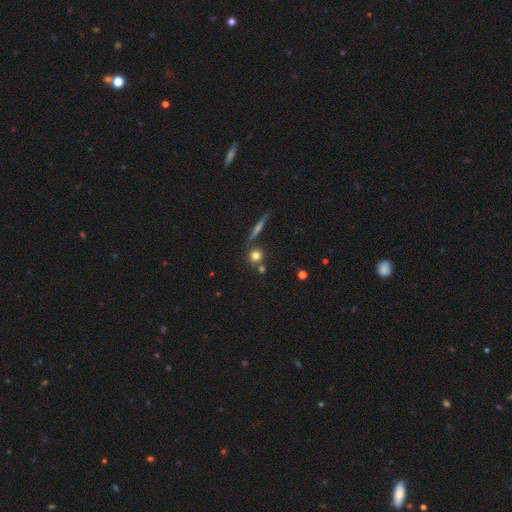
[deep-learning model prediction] Q: Smooth or featured?
A: smooth (75%); runner-up: star or artifact (13%)
Q: How rounded?
A: round (87%); runner-up: in between (8%)
Q: Merging?
A: none (72%); runner-up: merger (16%)